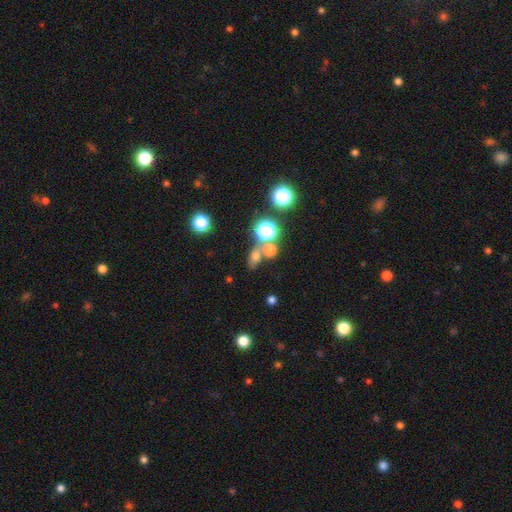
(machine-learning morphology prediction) Smooth or featured? Predicted: smooth (p=0.60). How rounded? Predicted: in between (p=0.49). Merging? Predicted: none (p=0.62).